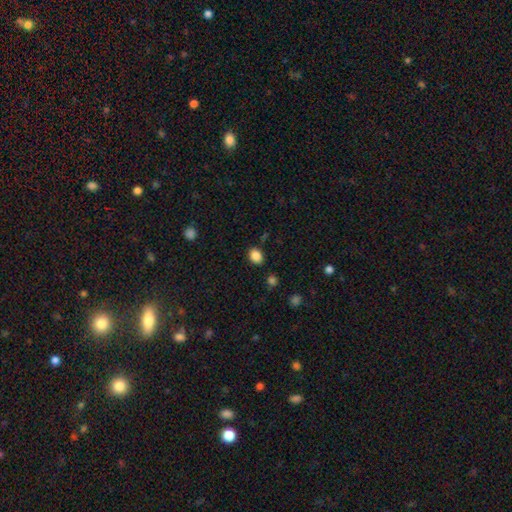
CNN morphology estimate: This is clearly a smooth galaxy (86%). How rounded: likely in between (65%). Merging: clearly none (84%).